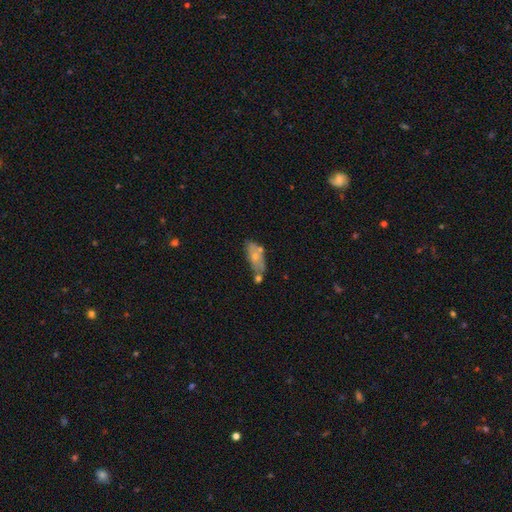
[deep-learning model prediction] A smooth galaxy with no disk features (57%) that is in between round and cigar-shaped (79%).

Vote fractions:
- Smooth or featured? smooth: 57% / featured or disk: 35% / star or artifact: 8%
- How rounded? in between: 79% / cigar-shaped: 17% / round: 4%
- Merging? none: 43% / merger: 26% / minor disturbance: 22% / major disturbance: 8%